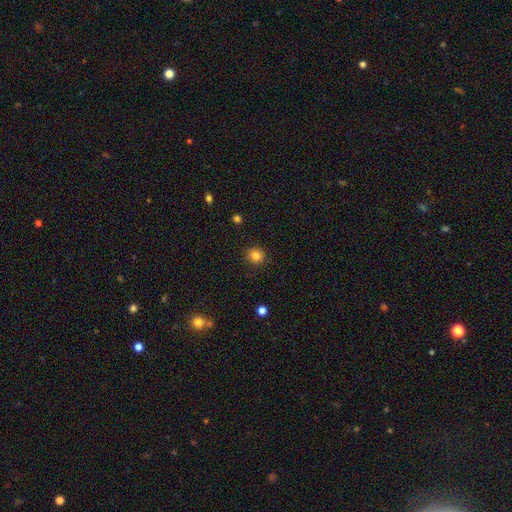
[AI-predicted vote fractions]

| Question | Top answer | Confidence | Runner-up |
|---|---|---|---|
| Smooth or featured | smooth | 83% | star or artifact (12%) |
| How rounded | round | 86% | in between (13%) |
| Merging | none | 90% | minor disturbance (7%) |